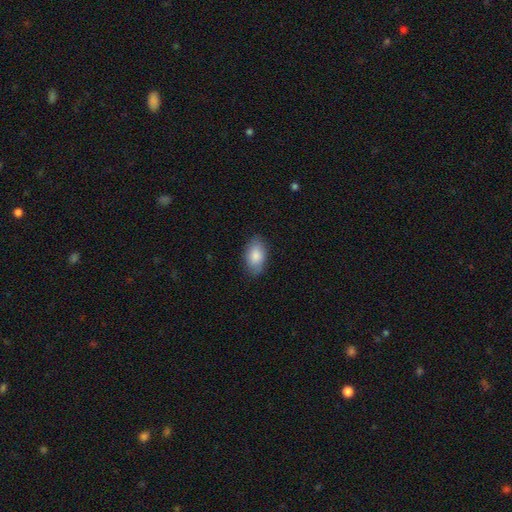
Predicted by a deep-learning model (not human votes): smooth_or_featured: smooth (p=0.85) [alt: featured or disk p=0.09]
how_rounded: in between (p=0.93) [alt: round p=0.05]
merging: none (p=0.84) [alt: minor disturbance p=0.12]